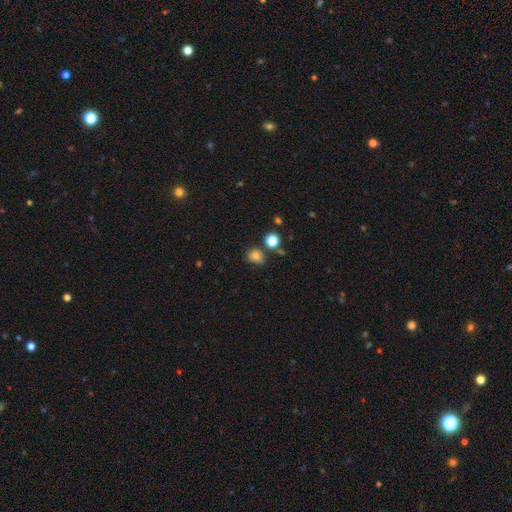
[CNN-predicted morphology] Smooth or featured?
  - smooth: 78% *
  - star or artifact: 14%
  - featured or disk: 7%
How rounded?
  - round: 63% *
  - in between: 36%
  - cigar-shaped: 1%
Merging?
  - none: 71% *
  - minor disturbance: 17%
  - merger: 8%
  - major disturbance: 4%